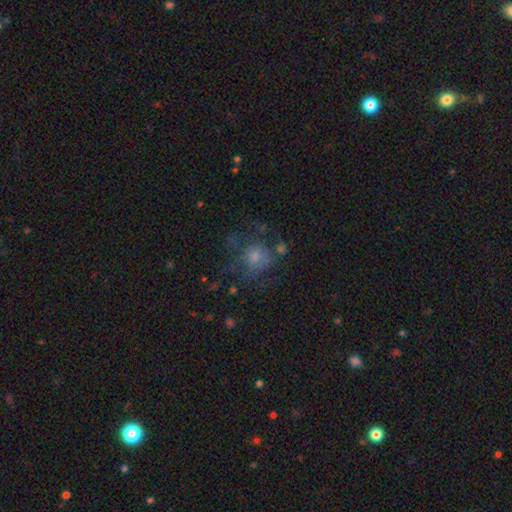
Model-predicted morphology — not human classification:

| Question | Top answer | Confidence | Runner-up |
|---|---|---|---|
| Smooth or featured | smooth | 52% | featured or disk (29%) |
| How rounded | round | 79% | in between (20%) |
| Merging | none | 54% | major disturbance (20%) |